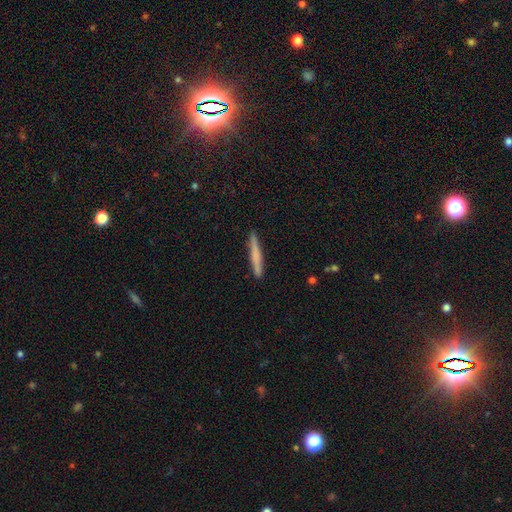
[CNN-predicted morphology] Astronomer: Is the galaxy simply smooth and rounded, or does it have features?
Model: smooth — 65%.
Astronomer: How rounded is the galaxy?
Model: cigar-shaped — 96%.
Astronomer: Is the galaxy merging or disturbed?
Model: none — 90%.